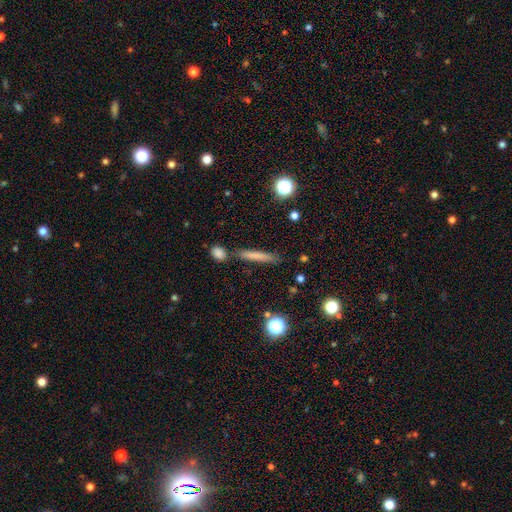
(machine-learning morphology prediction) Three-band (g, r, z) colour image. It shows a smooth galaxy with no disk features (72%) that is cigar-shaped (93%). Merging: none (80%).